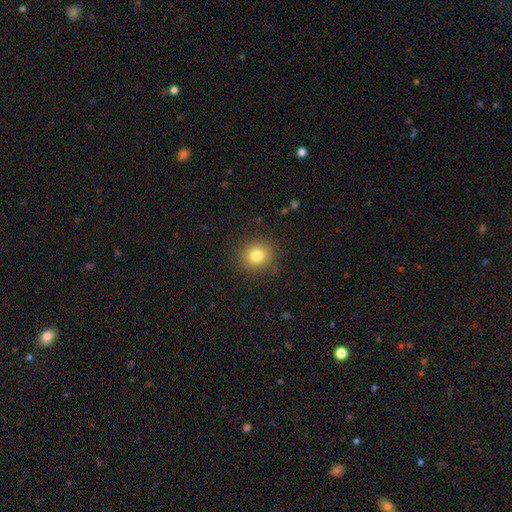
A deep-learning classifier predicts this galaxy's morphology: type=smooth (80%); roundness=round (87%); merging=none (88%).